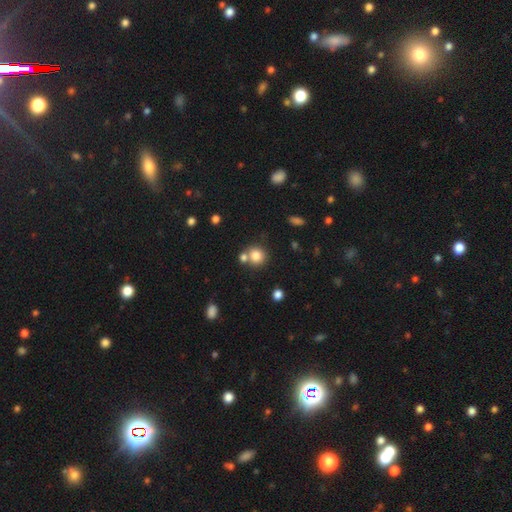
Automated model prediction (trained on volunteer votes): Smooth or featured?
  - smooth: 81% *
  - star or artifact: 11%
  - featured or disk: 8%
How rounded?
  - round: 87% *
  - in between: 12%
  - cigar-shaped: 1%
Merging?
  - none: 59% *
  - merger: 29%
  - minor disturbance: 9%
  - major disturbance: 3%